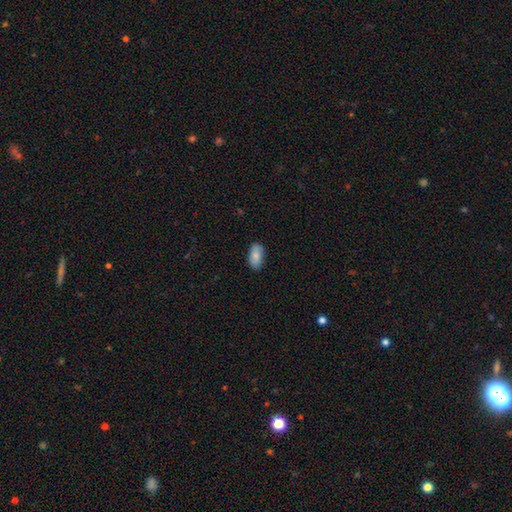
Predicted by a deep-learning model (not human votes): The model was most divided on "smooth or featured": smooth: 83%, featured or disk: 10%, star or artifact: 6%. More confident: how rounded — in between (93%); merging — none (85%).